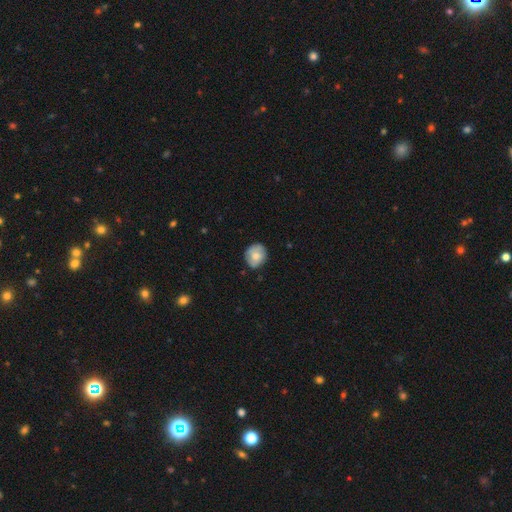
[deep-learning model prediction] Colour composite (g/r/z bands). It shows a smooth galaxy with no disk features (70%) that is round (69%). Merging: none (74%).